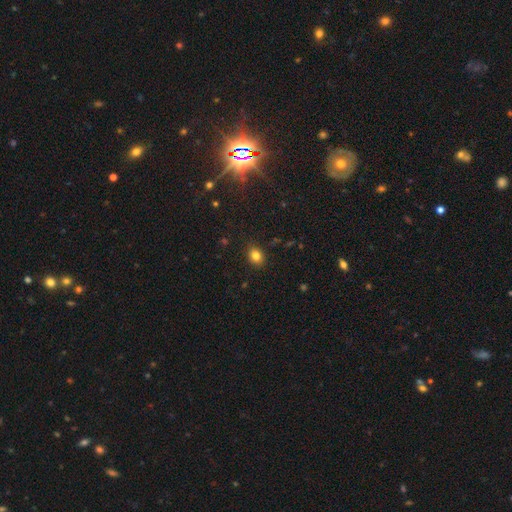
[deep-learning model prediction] smooth_or_featured: smooth (p=0.82) [alt: star or artifact p=0.12]
how_rounded: in between (p=0.50) [alt: round p=0.49]
merging: none (p=0.88) [alt: minor disturbance p=0.09]